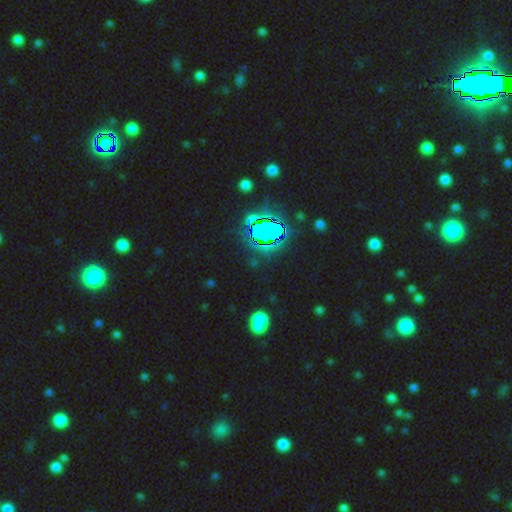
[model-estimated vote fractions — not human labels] Q: Smooth or featured?
A: star or artifact (82%); runner-up: smooth (11%)